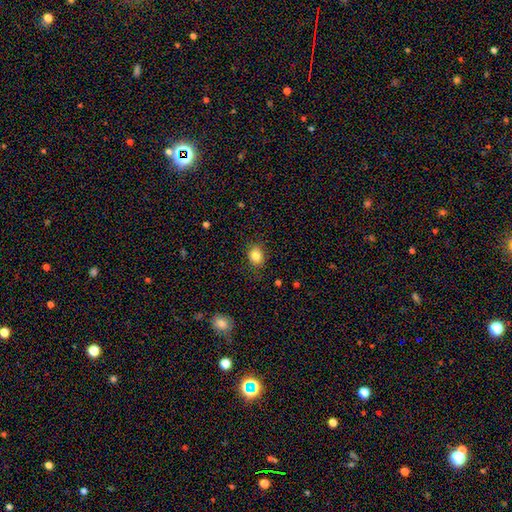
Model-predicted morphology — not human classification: smooth 84%, star or artifact 10%, featured or disk 6%. Down the decision tree: how rounded — in between (52%); merging — none (83%).